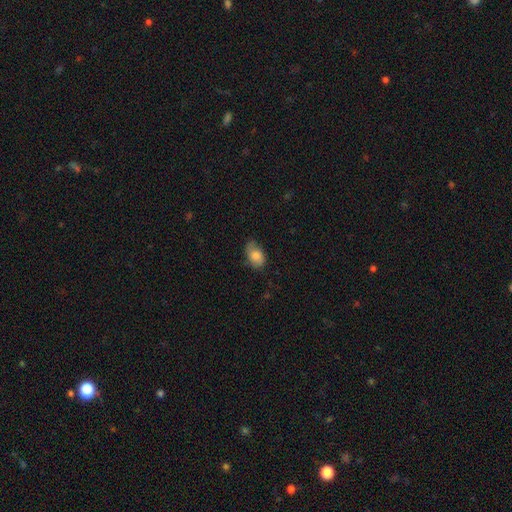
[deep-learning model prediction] This is likely a smooth galaxy (79%). How rounded: clearly in between (87%). Merging: likely none (64%).